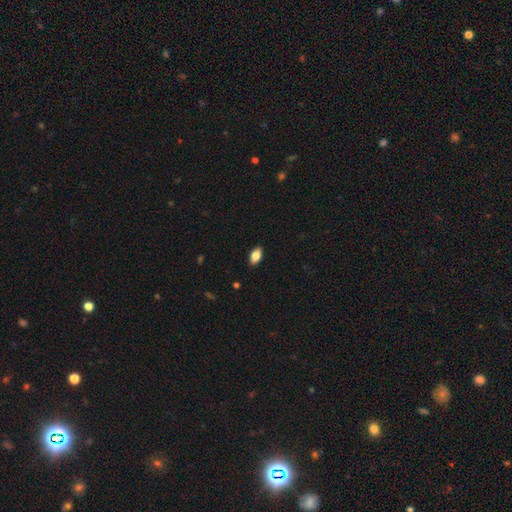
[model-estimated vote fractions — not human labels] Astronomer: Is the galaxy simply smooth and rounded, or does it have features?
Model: smooth — 84%.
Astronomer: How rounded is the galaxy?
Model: in between — 92%.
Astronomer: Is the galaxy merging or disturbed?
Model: none — 89%.